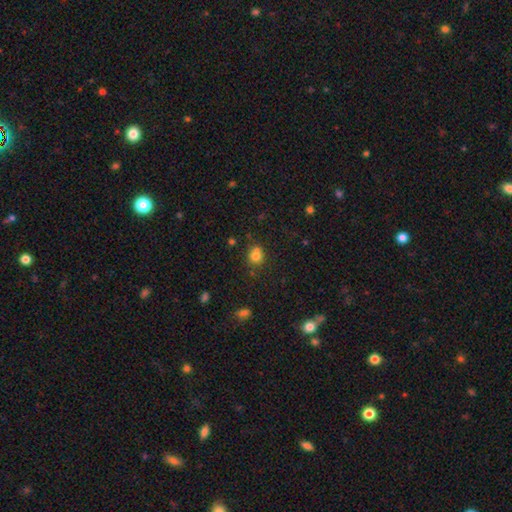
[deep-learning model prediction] This is likely a smooth galaxy (75%). How rounded: likely round (71%). Merging: possibly none (53%).